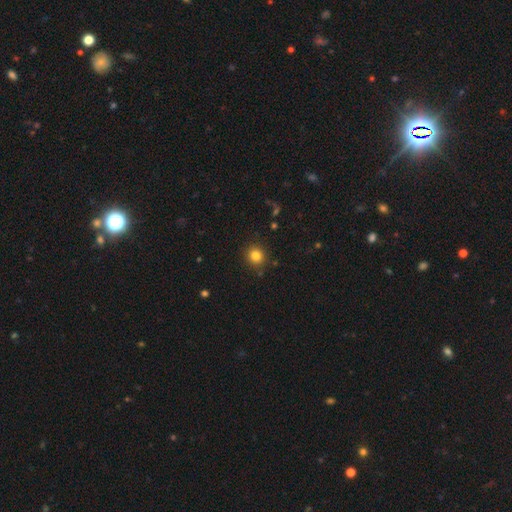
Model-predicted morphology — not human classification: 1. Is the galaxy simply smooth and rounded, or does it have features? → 83% smooth, 12% star or artifact, 5% featured or disk.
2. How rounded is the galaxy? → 84% round, 15% in between, 1% cigar-shaped.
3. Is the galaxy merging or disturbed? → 87% none, 8% minor disturbance, 2% major disturbance, 2% merger.